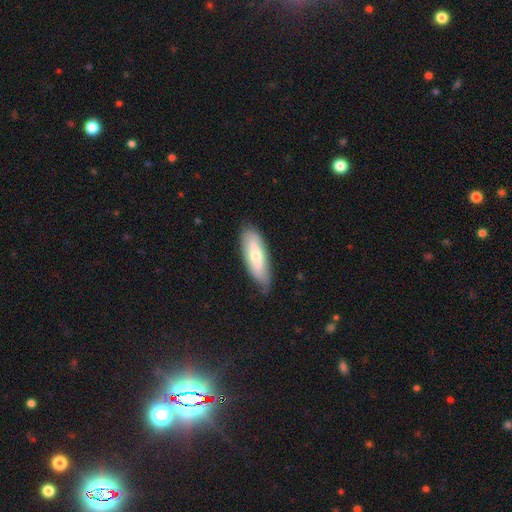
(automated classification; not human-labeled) A smooth galaxy with no disk features (52%) that is in between round and cigar-shaped (61%). Merging: none (78%).